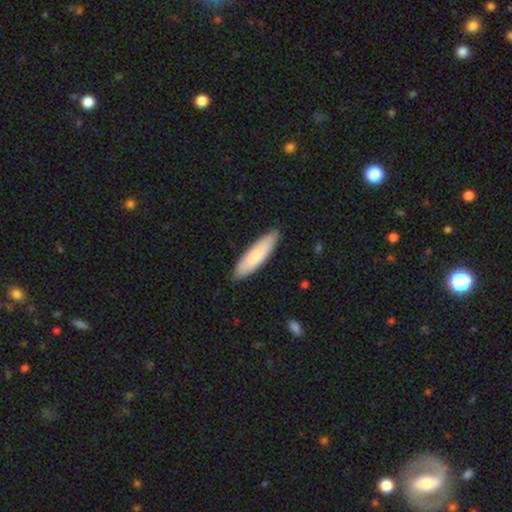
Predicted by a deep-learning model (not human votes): Overall: smooth (77%). How rounded: cigar-shaped (67%; in between 31%). Merging: none (88%).